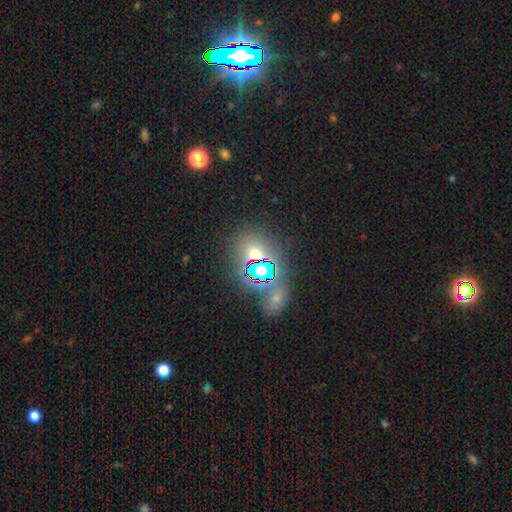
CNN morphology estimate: Smooth or featured: star or artifact — 50% (smooth — 40%)